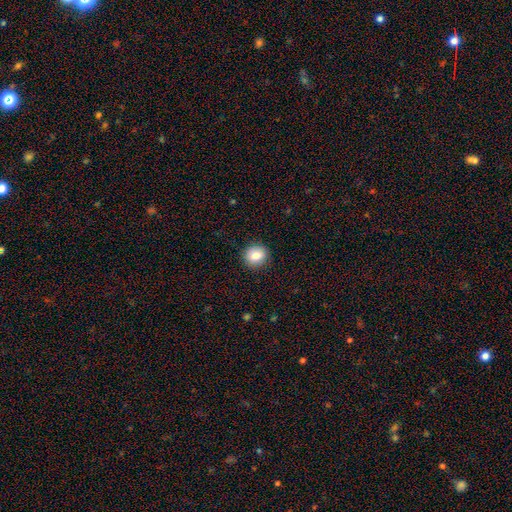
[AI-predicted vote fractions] Smooth or featured? smooth (84%)
How rounded? round (79%)
Merging? none (89%)